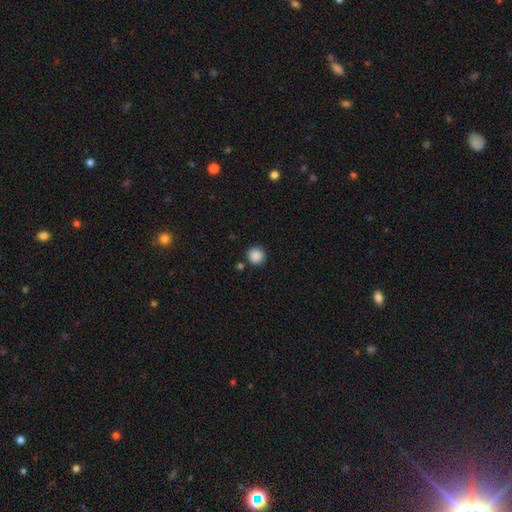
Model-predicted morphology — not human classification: A smooth galaxy with no disk features (88%) that is round (94%).

Vote fractions:
- Smooth or featured? smooth: 88% / star or artifact: 10% / featured or disk: 3%
- How rounded? round: 94% / in between: 5% / cigar-shaped: 1%
- Merging? none: 85% / minor disturbance: 8% / merger: 4% / major disturbance: 2%